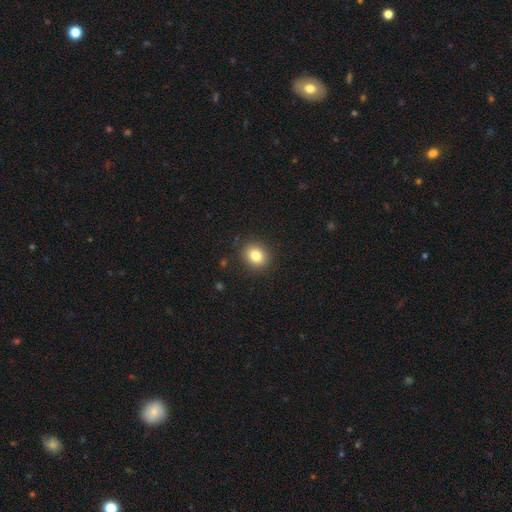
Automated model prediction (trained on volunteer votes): smooth 83%, star or artifact 10%, featured or disk 7%. Down the decision tree: how rounded — round (65%); merging — none (89%).